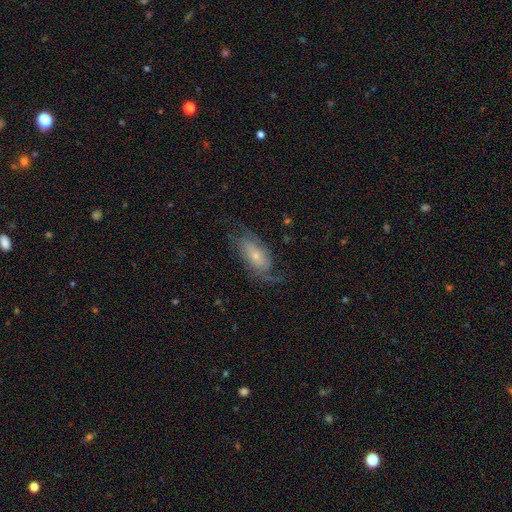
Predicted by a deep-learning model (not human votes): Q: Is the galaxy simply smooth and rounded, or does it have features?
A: featured or disk — 70%.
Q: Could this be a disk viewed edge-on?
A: no — 92%.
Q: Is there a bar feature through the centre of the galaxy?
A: no — 68%.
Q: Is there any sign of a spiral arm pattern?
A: yes — 89%.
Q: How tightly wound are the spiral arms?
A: medium — 42%.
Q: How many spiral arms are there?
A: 2 — 62%.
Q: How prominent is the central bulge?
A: small — 66%.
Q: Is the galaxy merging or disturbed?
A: none — 63%.